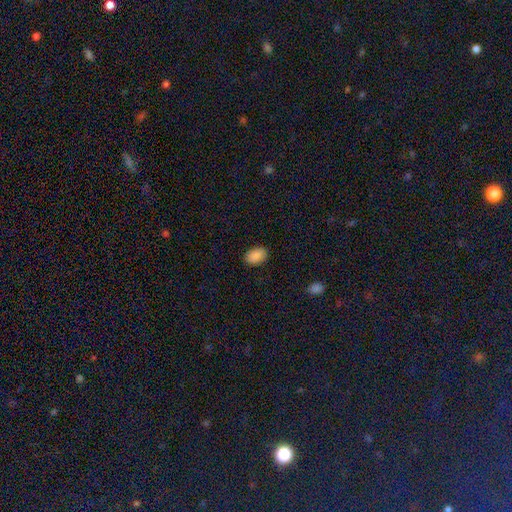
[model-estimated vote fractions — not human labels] smooth 89%, star or artifact 8%, featured or disk 3%. Down the decision tree: how rounded — in between (88%); merging — none (88%).